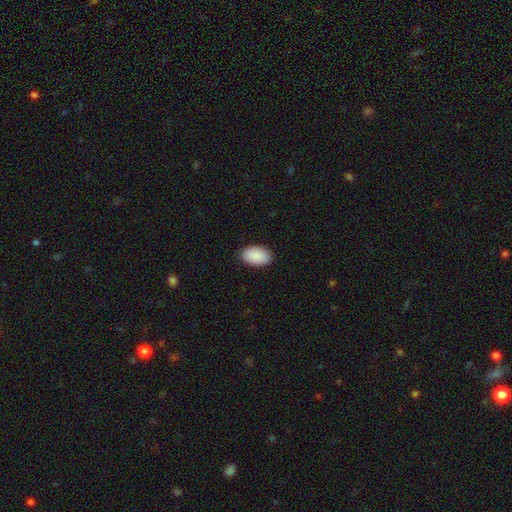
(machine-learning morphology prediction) A smooth galaxy with no disk features (90%) that is in between round and cigar-shaped (94%).

Vote fractions:
- Smooth or featured? smooth: 90% / star or artifact: 6% / featured or disk: 4%
- How rounded? in between: 94% / round: 5% / cigar-shaped: 1%
- Merging? none: 88% / minor disturbance: 9% / major disturbance: 2% / merger: 1%